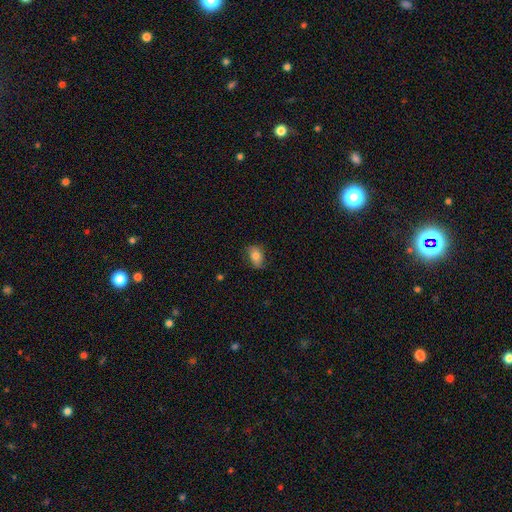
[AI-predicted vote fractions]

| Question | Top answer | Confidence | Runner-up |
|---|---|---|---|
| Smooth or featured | smooth | 76% | featured or disk (15%) |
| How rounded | in between | 78% | round (21%) |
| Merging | none | 70% | minor disturbance (23%) |